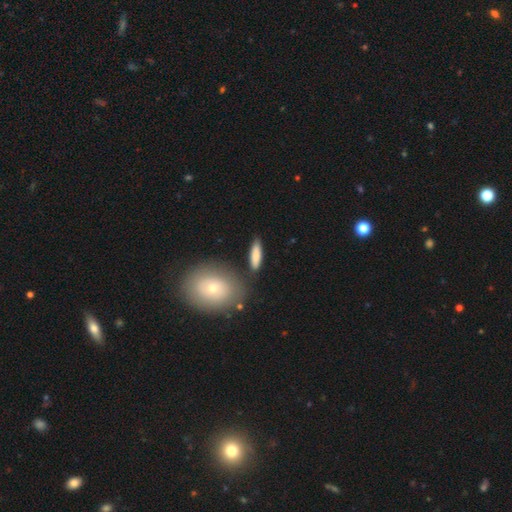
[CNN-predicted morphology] Overall: smooth (79%). How rounded: cigar-shaped (59%; in between 38%). Merging: none (80%).